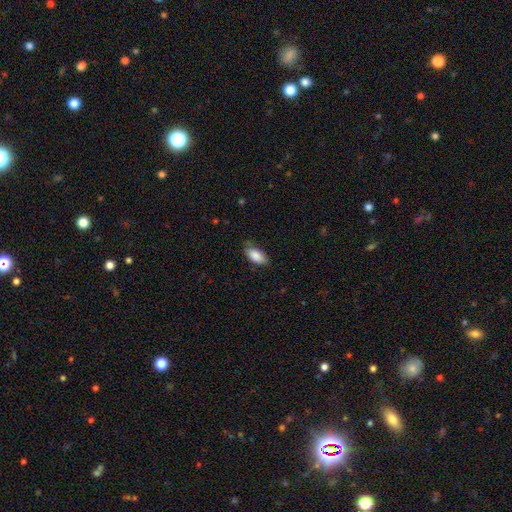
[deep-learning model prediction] Smooth or featured: smooth — 87% (star or artifact — 6%)
How rounded: in between — 92% (cigar-shaped — 5%)
Merging: none — 72% (minor disturbance — 23%)